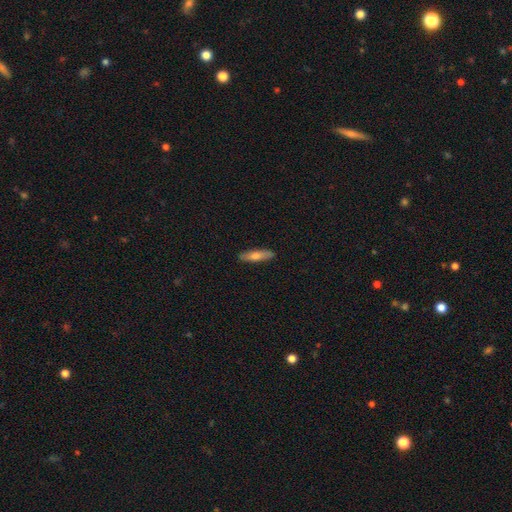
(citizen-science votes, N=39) Smooth or featured?
  - featured or disk: 54% *
  - smooth: 46%
  - star or artifact: 0%
Edge-on disk?
  - yes: 76% *
  - no: 24%
Edge-on bulge?
  - rounded: 94% *
  - none: 6%
  - boxy: 0%
Merging?
  - none: 90% *
  - minor disturbance: 5%
  - major disturbance: 3%
  - merger: 3%